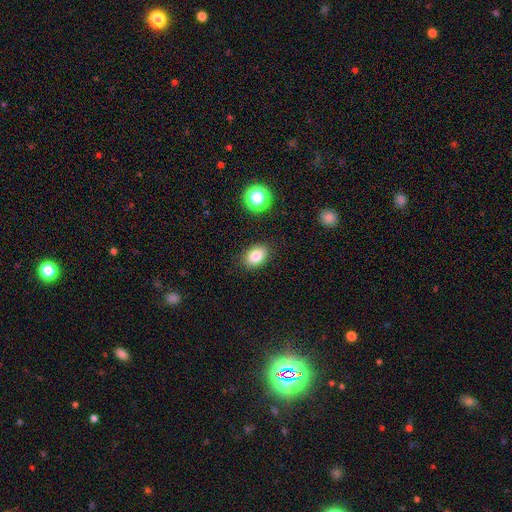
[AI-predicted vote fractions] A smooth galaxy with no disk features (82%) that is in between round and cigar-shaped (79%).

Vote fractions:
- Smooth or featured? smooth: 82% / star or artifact: 10% / featured or disk: 7%
- How rounded? in between: 79% / round: 20% / cigar-shaped: 1%
- Merging? none: 86% / minor disturbance: 10% / major disturbance: 3% / merger: 2%